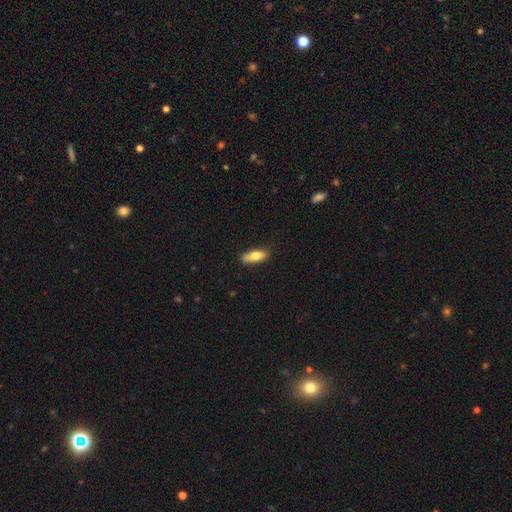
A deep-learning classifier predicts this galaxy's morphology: smooth-or-featured: smooth: 71% | featured or disk: 22% | star or artifact: 6%
  how-rounded: in between: 63% | cigar-shaped: 34% | round: 3%
  merging: none: 76% | minor disturbance: 18% | major disturbance: 4% | merger: 2%